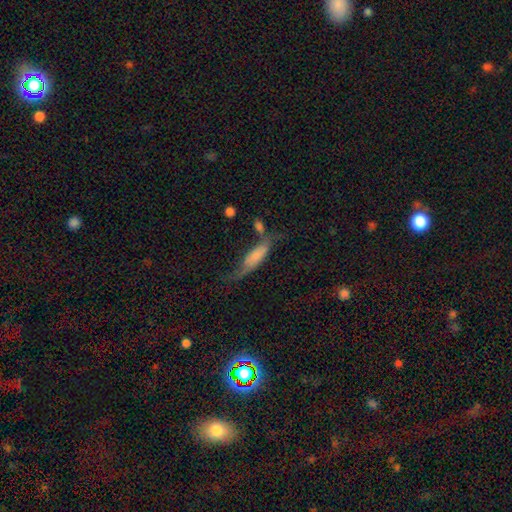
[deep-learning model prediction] A smooth galaxy with no disk features (56%) that is cigar-shaped (56%). Merging: none (37%).